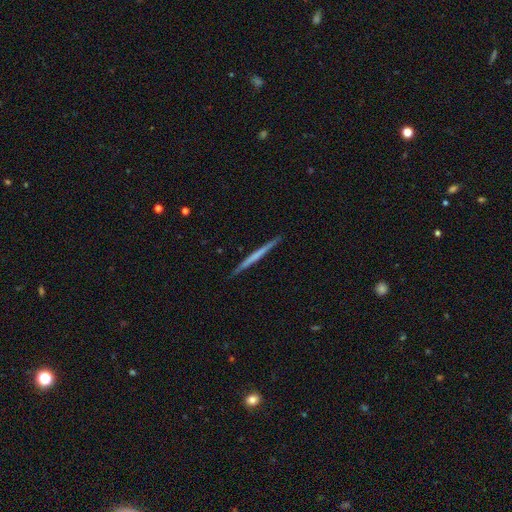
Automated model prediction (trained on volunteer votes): A featured or disk galaxy (53%) viewed edge-on (98%) with no central bulge (90%). Merging: none (92%).